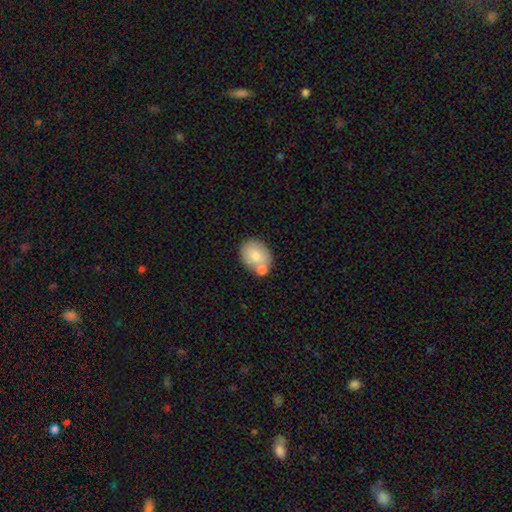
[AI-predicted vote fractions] Q: Smooth or featured?
A: smooth (76%); runner-up: featured or disk (17%)
Q: How rounded?
A: in between (58%); runner-up: round (41%)
Q: Merging?
A: none (59%); runner-up: merger (22%)